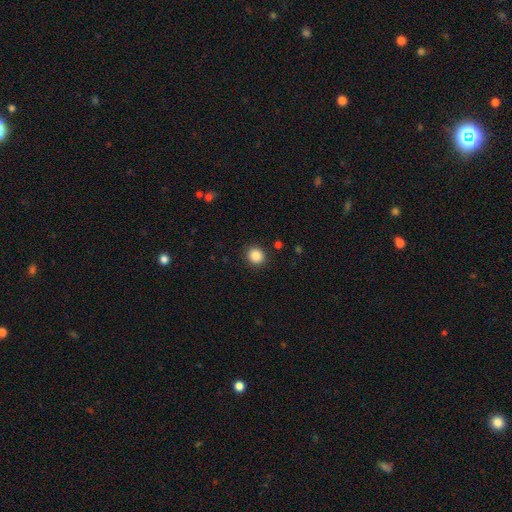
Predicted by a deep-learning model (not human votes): smooth-or-featured: smooth: 86% | star or artifact: 10% | featured or disk: 4%
  how-rounded: round: 86% | in between: 13% | cigar-shaped: 1%
  merging: none: 90% | minor disturbance: 6% | major disturbance: 2% | merger: 1%